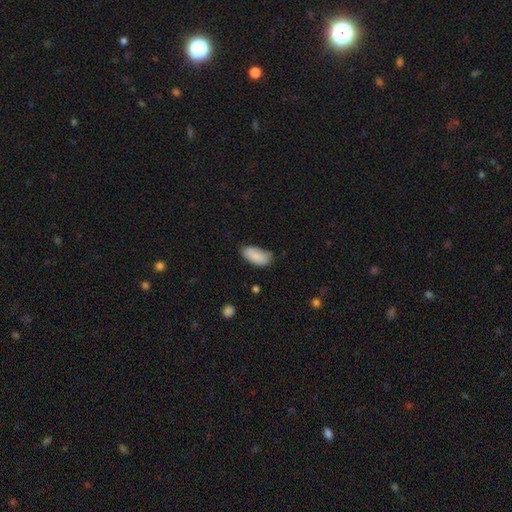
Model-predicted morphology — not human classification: smooth 85%, featured or disk 8%, star or artifact 7%. Down the decision tree: how rounded — in between (93%); merging — none (61%).